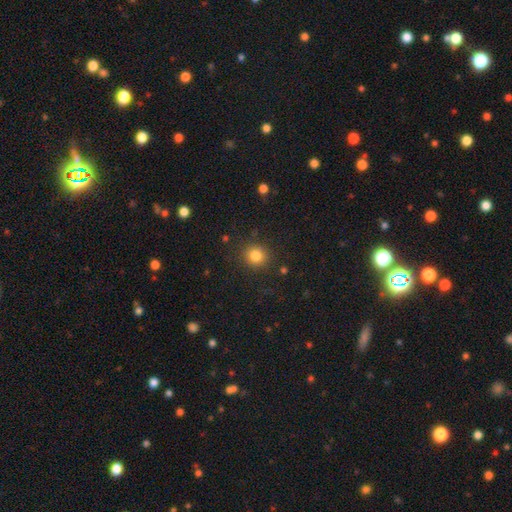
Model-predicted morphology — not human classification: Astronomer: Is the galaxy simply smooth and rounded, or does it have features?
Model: smooth — 83%.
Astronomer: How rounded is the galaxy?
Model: round — 89%.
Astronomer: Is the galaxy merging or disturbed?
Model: none — 88%.